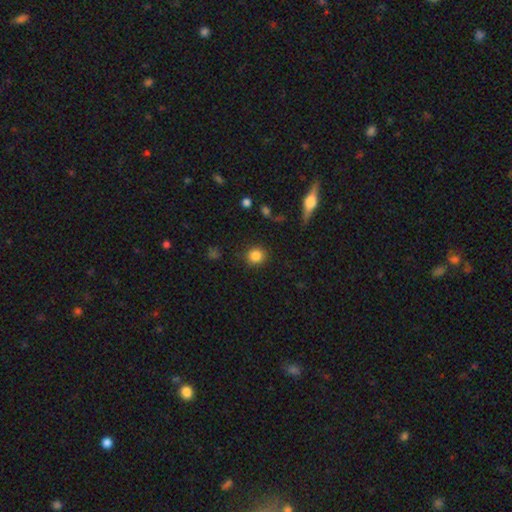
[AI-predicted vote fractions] smooth_or_featured: smooth (p=0.85) [alt: star or artifact p=0.10]
how_rounded: round (p=0.88) [alt: in between p=0.10]
merging: none (p=0.88) [alt: minor disturbance p=0.08]